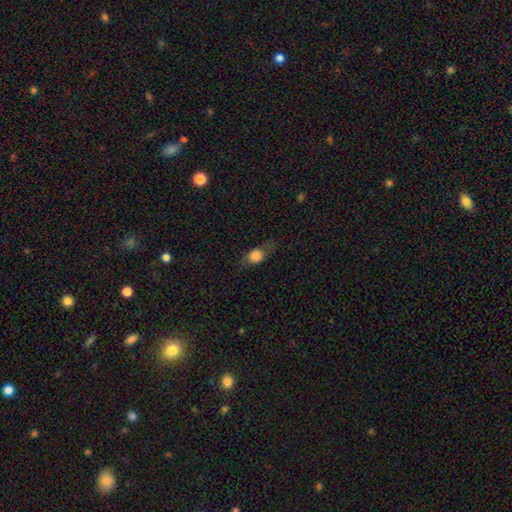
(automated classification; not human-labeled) A smooth galaxy with no disk features (63%) that is in between round and cigar-shaped (54%).

Vote fractions:
- Smooth or featured? smooth: 63% / featured or disk: 27% / star or artifact: 10%
- How rounded? in between: 54% / round: 33% / cigar-shaped: 13%
- Merging? none: 73% / minor disturbance: 18% / major disturbance: 8% / merger: 1%